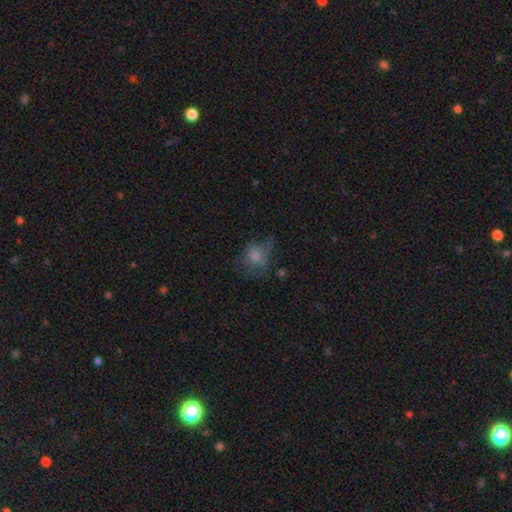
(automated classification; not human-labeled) A smooth galaxy with no disk features (53%) that is round (59%). Merging: none (46%).